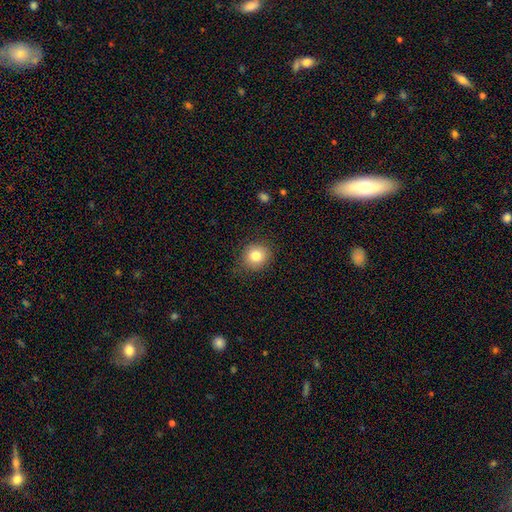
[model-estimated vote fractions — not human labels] This appears to be a smooth galaxy with no disk features (81%) that is round (86%). Merging: none (86%).